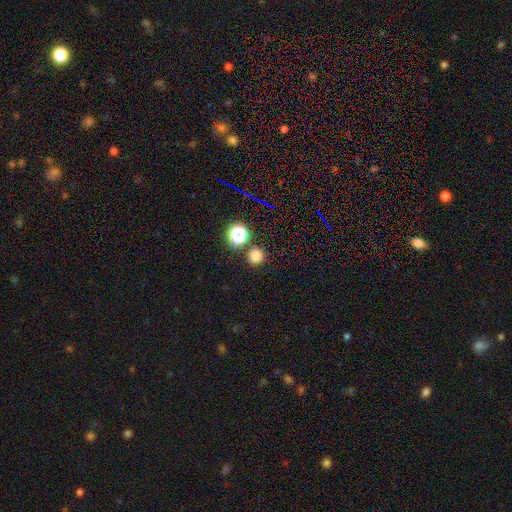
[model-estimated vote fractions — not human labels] smooth 75%, star or artifact 21%, featured or disk 5%. Down the decision tree: how rounded — round (93%); merging — none (86%).